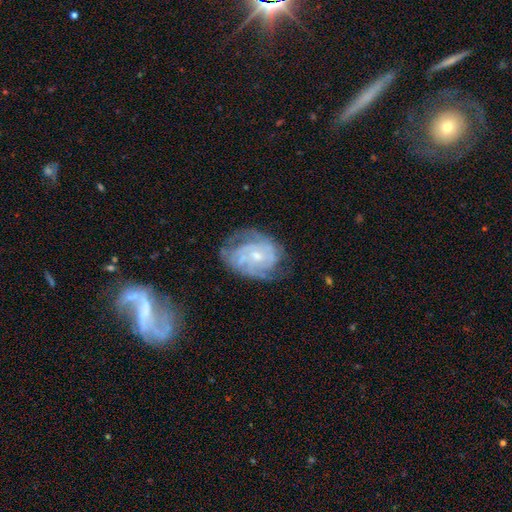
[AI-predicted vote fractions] smooth-or-featured: featured or disk: 80% | smooth: 14% | star or artifact: 6%
  disk-edge-on: no: 97% | yes: 3%
    bar: no: 62% | weak: 32% | strong: 5%
    has-spiral-arms: yes: 89% | no: 11%
      spiral-winding: tight: 59% | medium: 32% | loose: 9%
      spiral-arm-count: can't tell: 40% | 2: 26% | 3: 17% | 4: 8% | 1: 5% | more than 4: 4%
    bulge-size: small: 60% | moderate: 34% | none: 3% | large: 2% | dominant: 1%
  merging: none: 62% | minor disturbance: 24% | major disturbance: 12% | merger: 2%